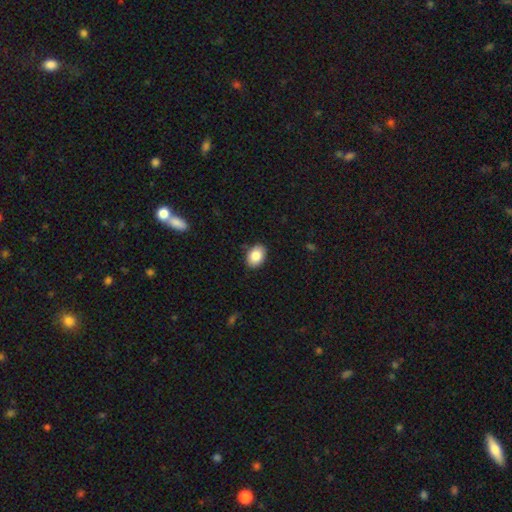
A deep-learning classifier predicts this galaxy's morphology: A smooth galaxy with no disk features (85%) that is in between round and cigar-shaped (80%). Merging: none (88%).